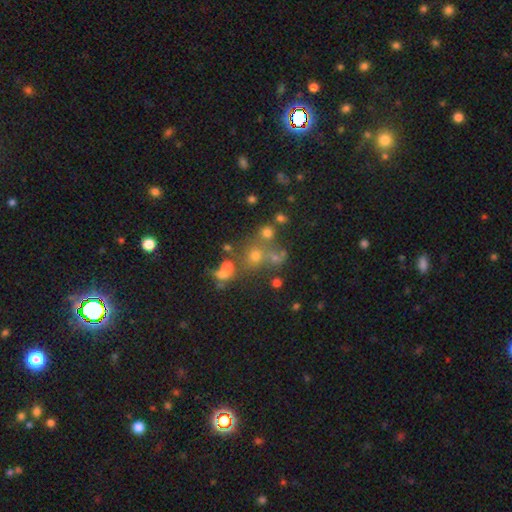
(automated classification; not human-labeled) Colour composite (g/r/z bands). It shows a smooth galaxy with no disk features (49%). Merging: none (58%).